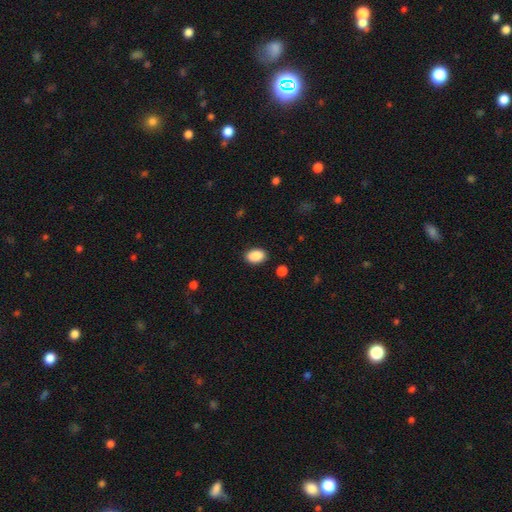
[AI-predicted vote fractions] Overall: smooth (90%). How rounded: in between (85%). Merging: none (88%).